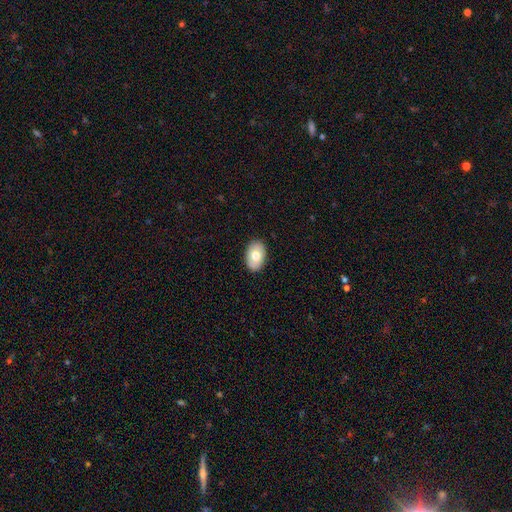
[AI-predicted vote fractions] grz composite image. It shows a smooth galaxy with no disk features (69%) that is in between round and cigar-shaped (88%). Merging: none (88%).